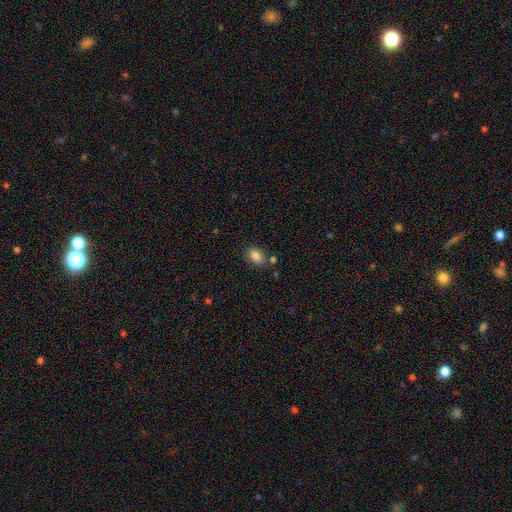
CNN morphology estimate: type=smooth (85%); roundness=in between (82%); merging=none (76%).